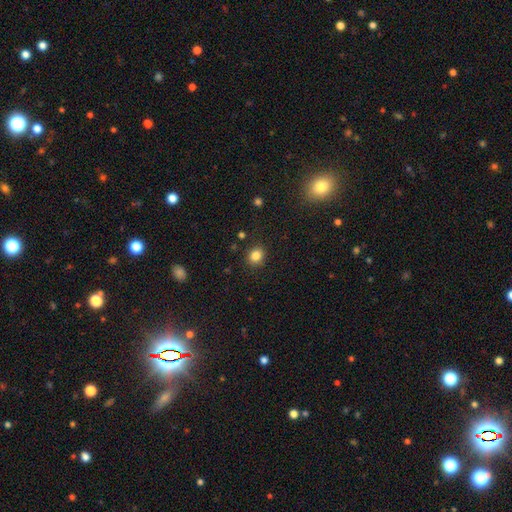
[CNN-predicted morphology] Smooth or featured: smooth — 84% (star or artifact — 12%)
How rounded: round — 72% (in between — 27%)
Merging: none — 88% (minor disturbance — 8%)